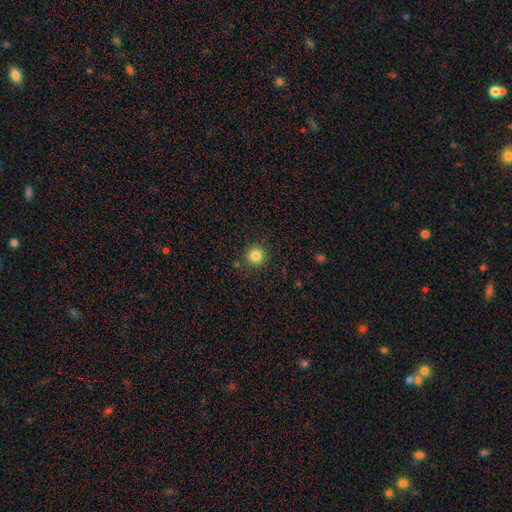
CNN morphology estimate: This appears to be a smooth galaxy with no disk features (84%) that is round (94%). Merging: none (88%).